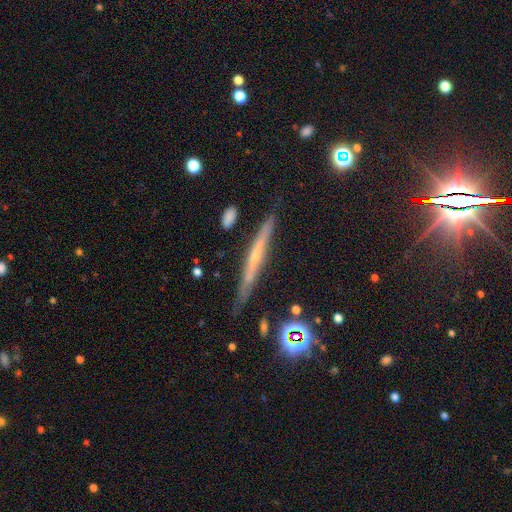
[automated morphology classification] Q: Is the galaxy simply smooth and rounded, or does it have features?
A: featured or disk — 65%.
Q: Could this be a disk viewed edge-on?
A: yes — 95%.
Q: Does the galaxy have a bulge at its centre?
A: rounded — 55%.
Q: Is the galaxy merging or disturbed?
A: none — 82%.